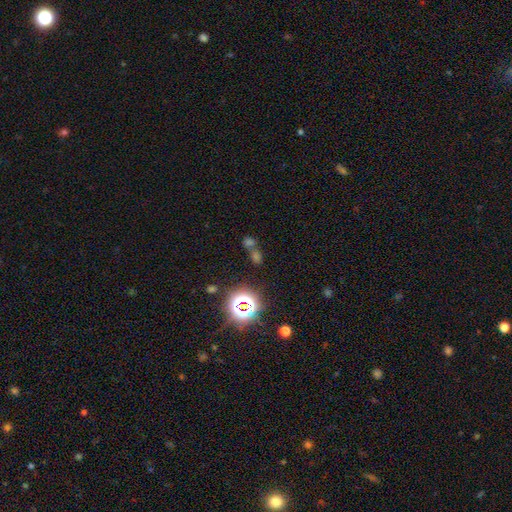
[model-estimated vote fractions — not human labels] Smooth or featured: star or artifact — 53% (smooth — 37%)